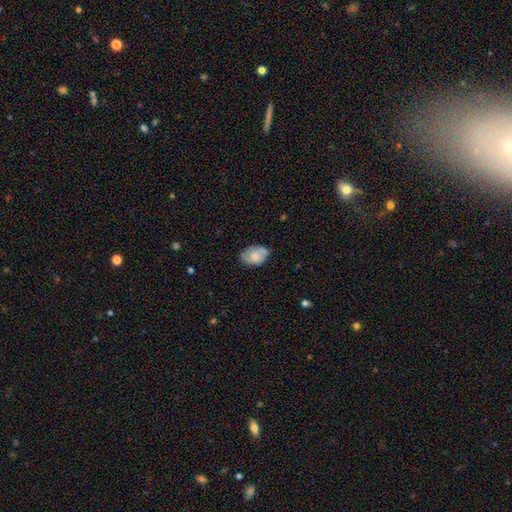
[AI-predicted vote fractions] A smooth galaxy with no disk features (61%) that is in between round and cigar-shaped (83%).

Vote fractions:
- Smooth or featured? smooth: 61% / featured or disk: 31% / star or artifact: 7%
- How rounded? in between: 83% / round: 16% / cigar-shaped: 1%
- Merging? none: 63% / minor disturbance: 27% / major disturbance: 7% / merger: 3%